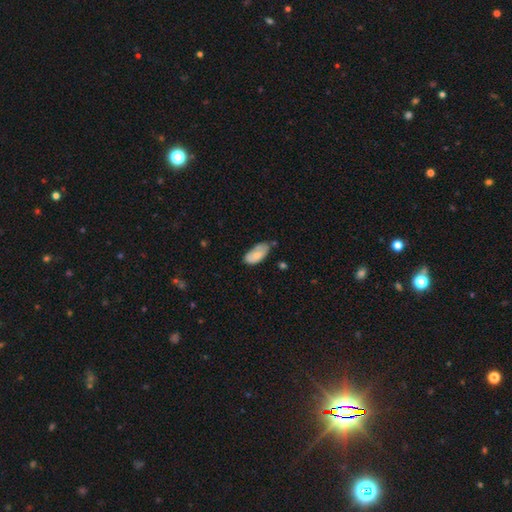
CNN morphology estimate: Smooth or featured?
  - smooth: 75% *
  - featured or disk: 18%
  - star or artifact: 7%
How rounded?
  - in between: 92% *
  - cigar-shaped: 6%
  - round: 2%
Merging?
  - none: 51% *
  - minor disturbance: 36%
  - major disturbance: 8%
  - merger: 5%